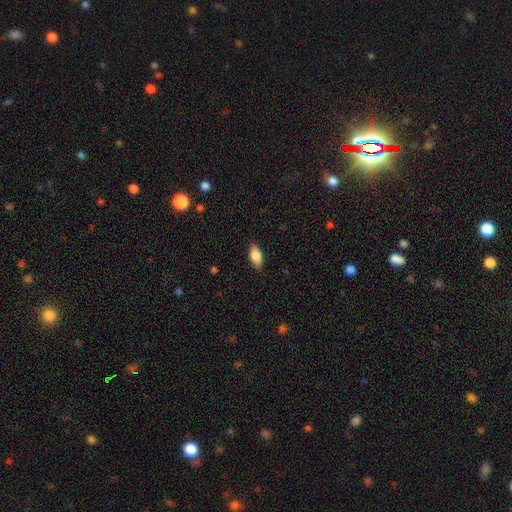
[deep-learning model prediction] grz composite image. It shows a smooth galaxy with no disk features (81%) that is in between round and cigar-shaped (87%). Merging: none (86%).